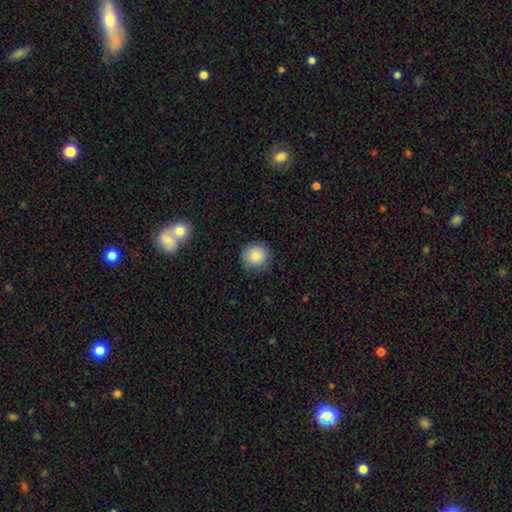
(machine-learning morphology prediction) This appears to be a smooth galaxy with no disk features (87%) that is round (93%). Merging: none (86%).